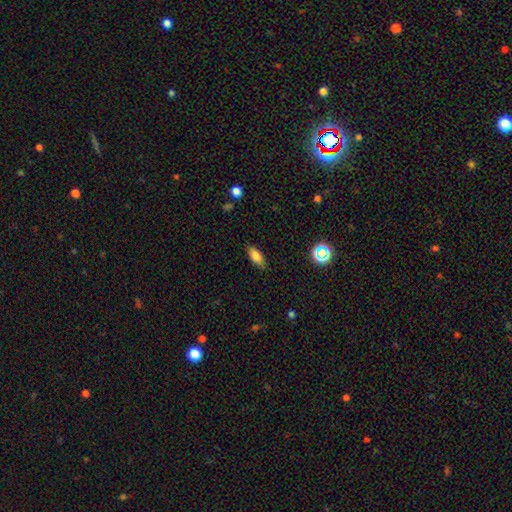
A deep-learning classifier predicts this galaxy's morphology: Smooth or featured?
  - smooth: 80% *
  - star or artifact: 10%
  - featured or disk: 10%
How rounded?
  - in between: 81% *
  - cigar-shaped: 15%
  - round: 4%
Merging?
  - none: 85% *
  - minor disturbance: 11%
  - major disturbance: 3%
  - merger: 1%